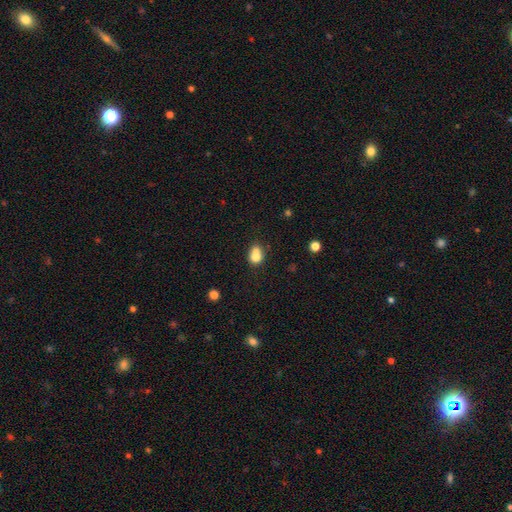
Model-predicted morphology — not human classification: smooth_or_featured: smooth (p=0.73) [alt: featured or disk p=0.17]
how_rounded: round (p=0.56) [alt: in between p=0.43]
merging: merger (p=0.57) [alt: none p=0.29]